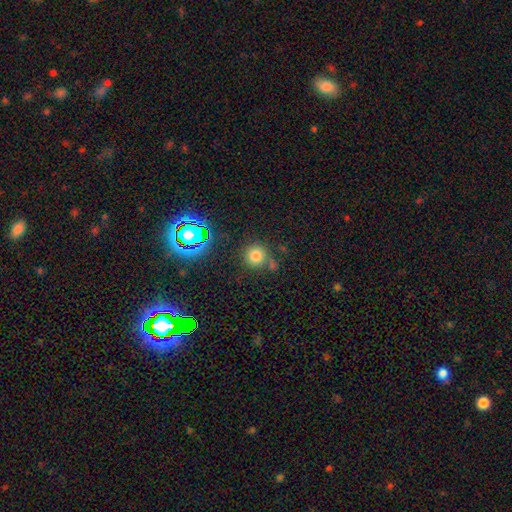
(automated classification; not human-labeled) Morphology: type=smooth (74%); roundness=round (92%); merging=none (69%).